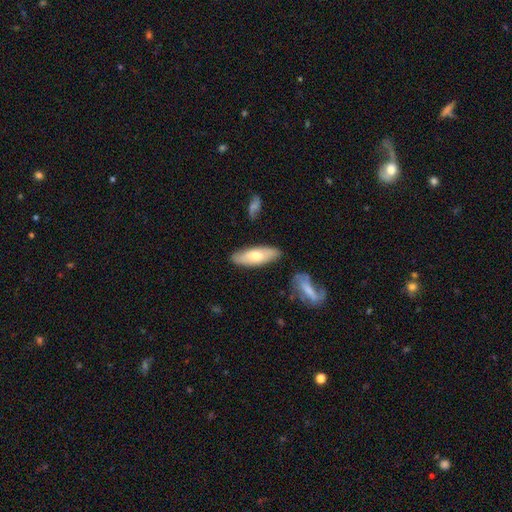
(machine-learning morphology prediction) The model was most divided on "how rounded": in between: 64%, cigar-shaped: 34%, round: 2%. More confident: merging — none (83%); smooth or featured — smooth (63%).